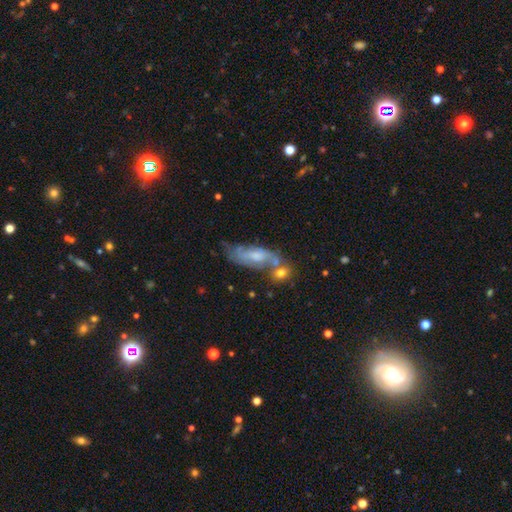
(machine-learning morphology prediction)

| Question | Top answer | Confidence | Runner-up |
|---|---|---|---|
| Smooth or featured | featured or disk | 53% | smooth (38%) |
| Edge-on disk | no | 81% | yes (19%) |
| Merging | none | 38% | merger (24%) |